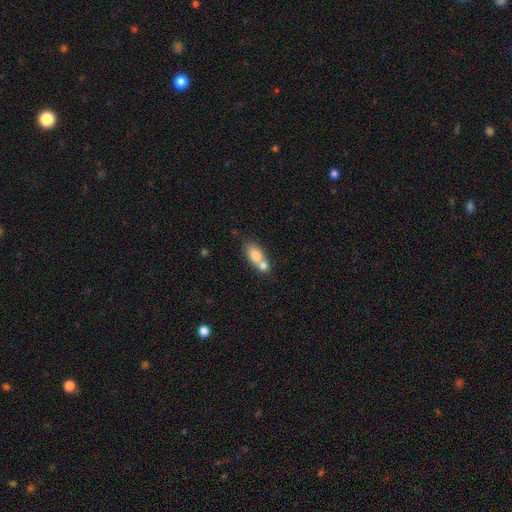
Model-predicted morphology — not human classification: Smooth or featured? smooth (73%)
How rounded? in between (79%)
Merging? merger (51%)